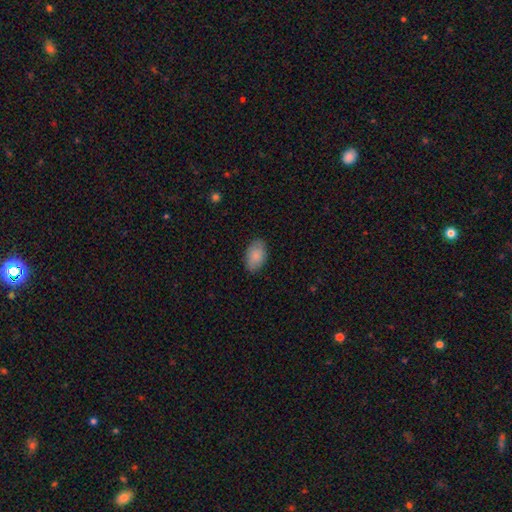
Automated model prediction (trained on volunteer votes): A smooth galaxy with no disk features (86%) that is in between round and cigar-shaped (92%).

Vote fractions:
- Smooth or featured? smooth: 86% / featured or disk: 8% / star or artifact: 6%
- How rounded? in between: 92% / round: 7% / cigar-shaped: 1%
- Merging? none: 86% / minor disturbance: 11% / major disturbance: 2% / merger: 1%